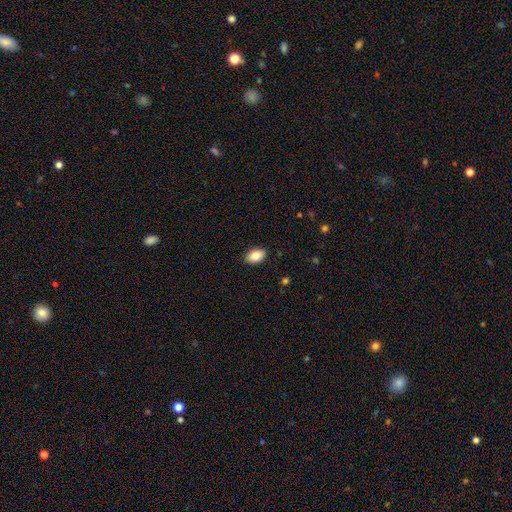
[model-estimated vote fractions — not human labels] smooth-or-featured: smooth: 88% | star or artifact: 7% | featured or disk: 5%
  how-rounded: in between: 89% | round: 10% | cigar-shaped: 1%
  merging: none: 89% | minor disturbance: 8% | major disturbance: 2% | merger: 1%